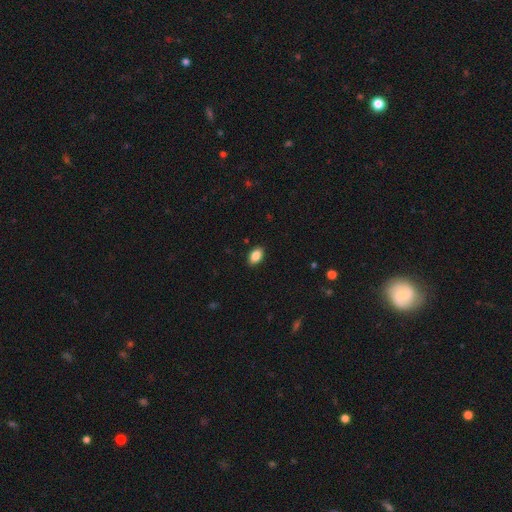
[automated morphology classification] Smooth or featured? Predicted: smooth (p=0.87). How rounded? Predicted: in between (p=0.91). Merging? Predicted: none (p=0.90).